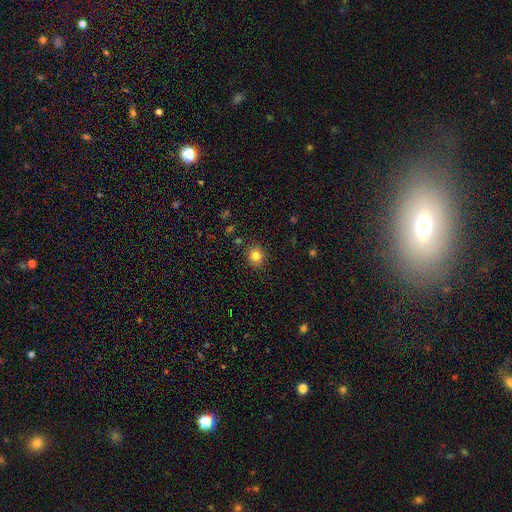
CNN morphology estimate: Smooth or featured?
  - smooth: 82% *
  - star or artifact: 12%
  - featured or disk: 6%
How rounded?
  - round: 79% *
  - in between: 20%
  - cigar-shaped: 1%
Merging?
  - none: 87% *
  - minor disturbance: 8%
  - major disturbance: 2%
  - merger: 2%